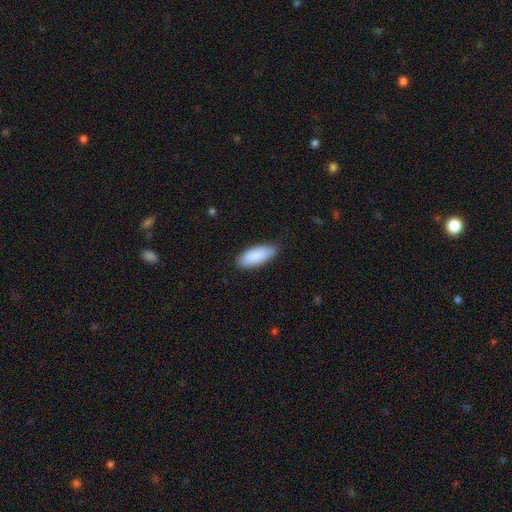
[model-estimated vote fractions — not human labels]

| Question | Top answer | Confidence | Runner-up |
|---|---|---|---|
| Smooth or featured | smooth | 90% | star or artifact (6%) |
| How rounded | in between | 84% | cigar-shaped (15%) |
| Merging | none | 84% | minor disturbance (13%) |